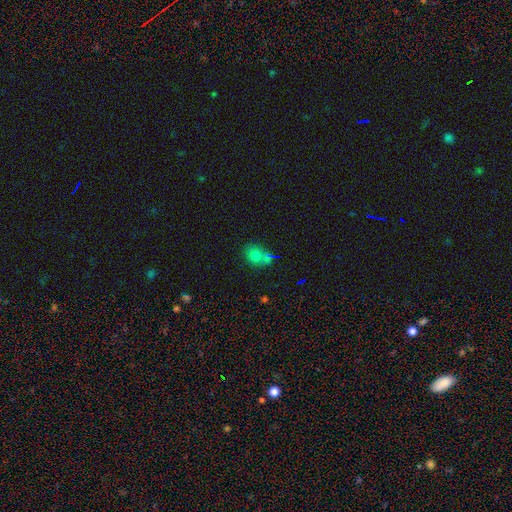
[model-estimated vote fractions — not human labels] A smooth galaxy with no disk features (73%) that is round (58%). Merging: none (58%).